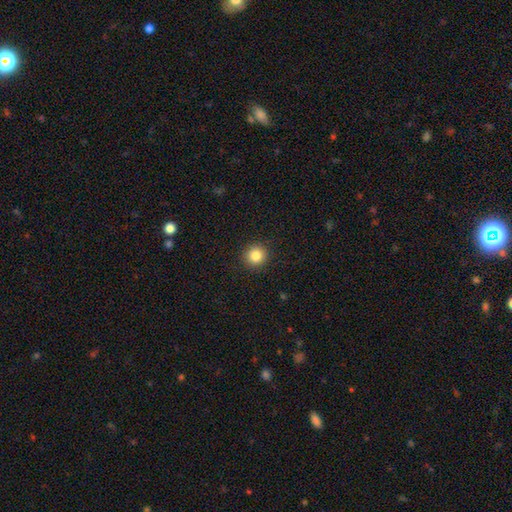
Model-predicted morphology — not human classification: This is clearly a smooth galaxy (84%). How rounded: clearly round (92%). Merging: clearly none (92%).